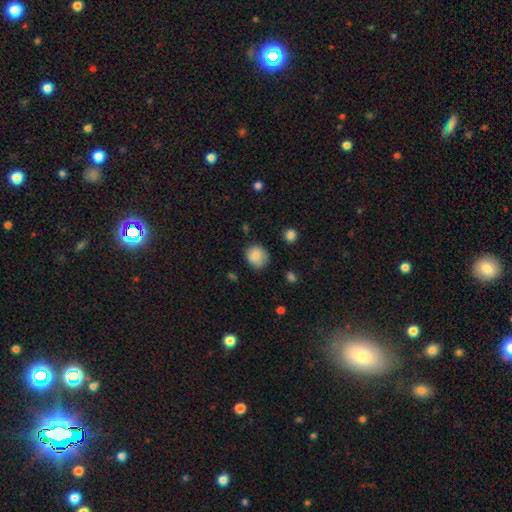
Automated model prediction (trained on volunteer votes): A smooth galaxy with no disk features (85%) that is round (83%).

Vote fractions:
- Smooth or featured? smooth: 85% / star or artifact: 9% / featured or disk: 6%
- How rounded? round: 83% / in between: 16% / cigar-shaped: 1%
- Merging? none: 76% / minor disturbance: 18% / major disturbance: 4% / merger: 2%